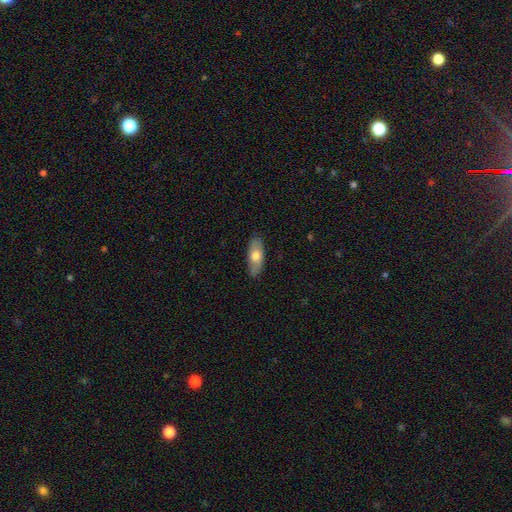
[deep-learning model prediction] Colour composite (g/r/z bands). It shows a smooth galaxy with no disk features (67%) that is in between round and cigar-shaped (78%). Merging: none (85%).